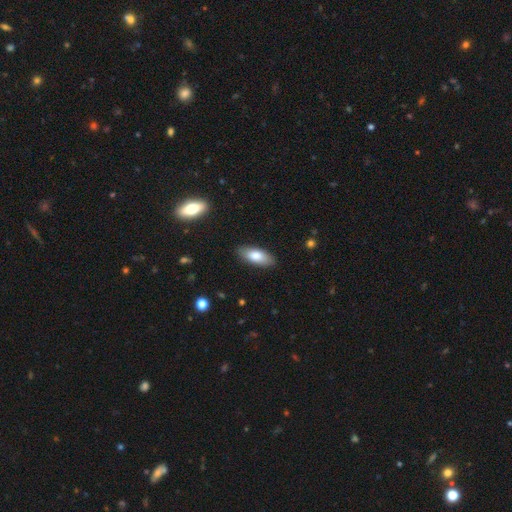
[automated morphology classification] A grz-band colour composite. It shows a smooth galaxy with no disk features (79%) that is in between round and cigar-shaped (81%). Merging: none (87%).